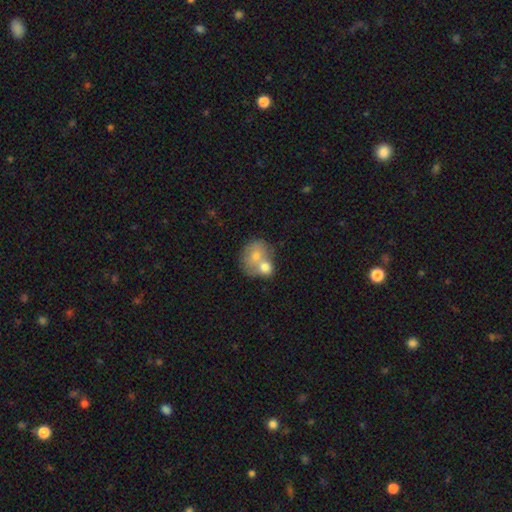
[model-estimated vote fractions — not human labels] A smooth galaxy with no disk features (66%) that is round (62%).

Vote fractions:
- Smooth or featured? smooth: 66% / featured or disk: 25% / star or artifact: 8%
- How rounded? round: 62% / in between: 37% / cigar-shaped: 1%
- Merging? merger: 63% / none: 25% / minor disturbance: 8% / major disturbance: 4%